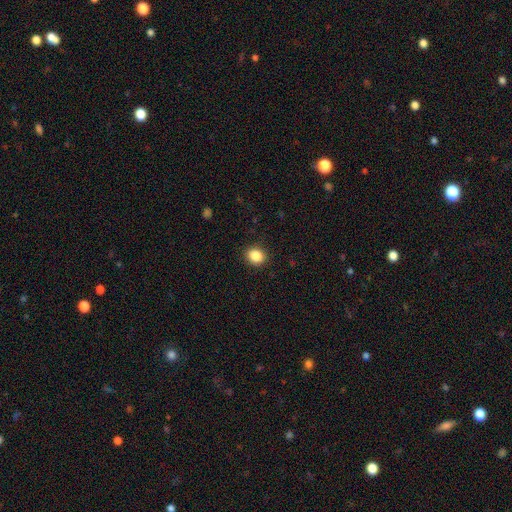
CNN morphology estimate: Smooth or featured?
  - smooth: 87% *
  - star or artifact: 10%
  - featured or disk: 4%
How rounded?
  - round: 63% *
  - in between: 36%
  - cigar-shaped: 1%
Merging?
  - none: 90% *
  - minor disturbance: 7%
  - major disturbance: 2%
  - merger: 1%